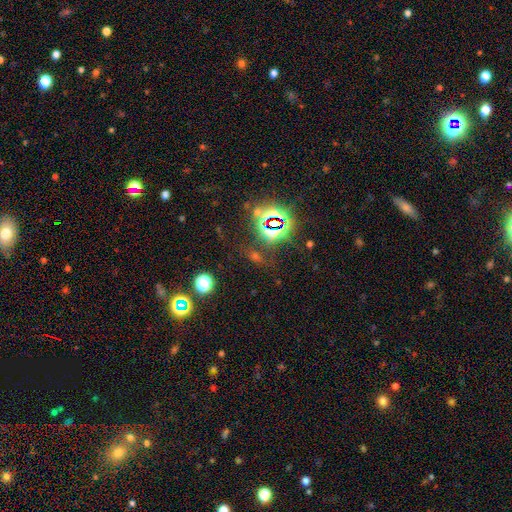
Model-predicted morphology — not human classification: star or artifact 65%, smooth 26%, featured or disk 10%.